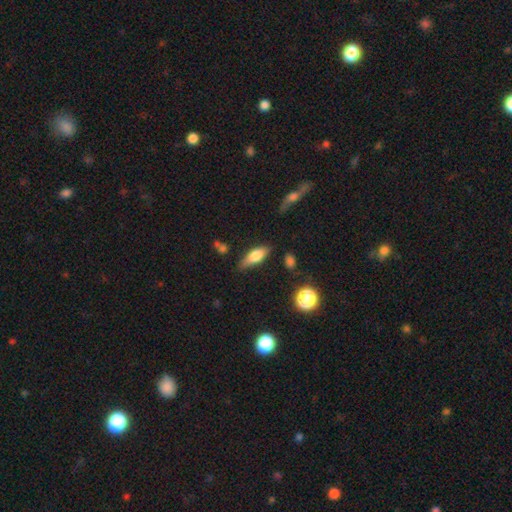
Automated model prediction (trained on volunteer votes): smooth_or_featured: smooth (p=0.66) [alt: featured or disk p=0.27]
how_rounded: in between (p=0.68) [alt: cigar-shaped p=0.29]
merging: none (p=0.73) [alt: minor disturbance p=0.19]